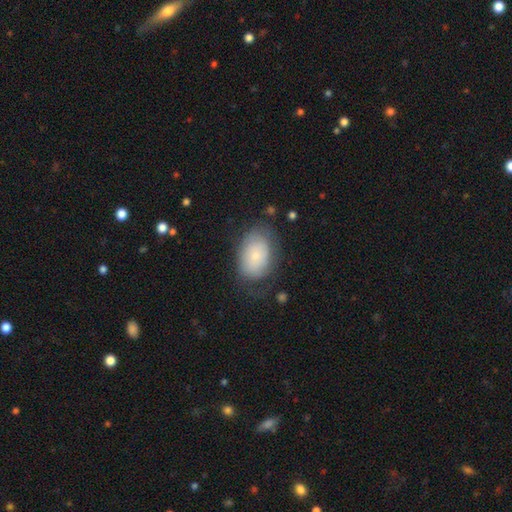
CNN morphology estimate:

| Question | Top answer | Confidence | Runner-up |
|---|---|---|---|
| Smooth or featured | smooth | 70% | featured or disk (23%) |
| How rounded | in between | 86% | round (13%) |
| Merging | none | 62% | minor disturbance (24%) |